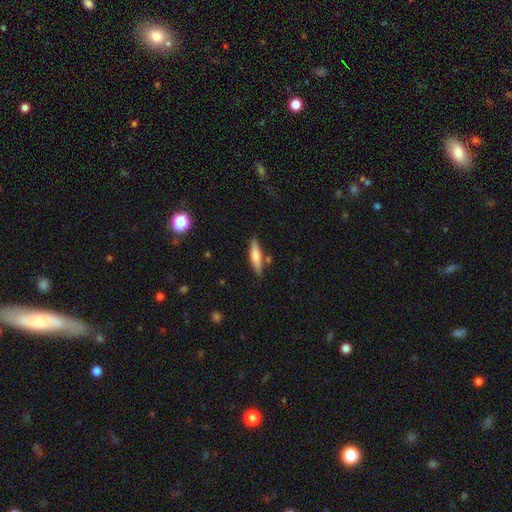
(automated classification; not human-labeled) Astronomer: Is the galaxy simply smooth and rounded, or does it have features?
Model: smooth — 68%.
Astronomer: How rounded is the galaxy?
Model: cigar-shaped — 70%.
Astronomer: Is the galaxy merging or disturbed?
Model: none — 79%.